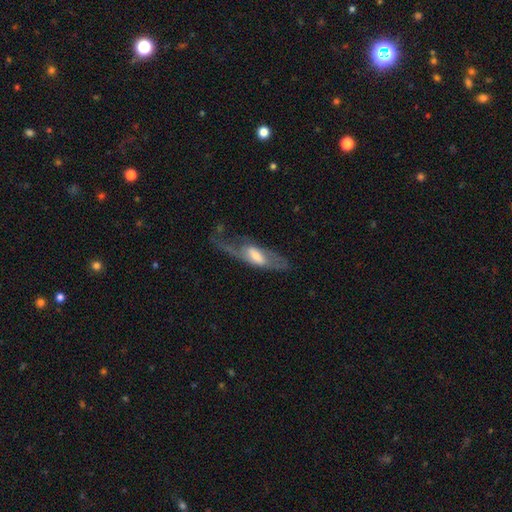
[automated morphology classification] Smooth or featured: featured or disk — 63% (smooth — 30%)
Edge-on disk: no — 74% (yes — 26%)
Merging: major disturbance — 38% (none — 37%)